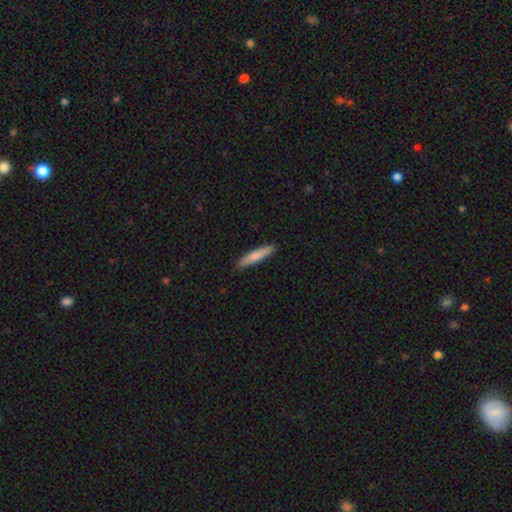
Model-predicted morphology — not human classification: A smooth galaxy with no disk features (77%) that is cigar-shaped (88%).

Vote fractions:
- Smooth or featured? smooth: 77% / featured or disk: 18% / star or artifact: 5%
- How rounded? cigar-shaped: 88% / in between: 10% / round: 1%
- Merging? none: 90% / minor disturbance: 8% / major disturbance: 2% / merger: 1%